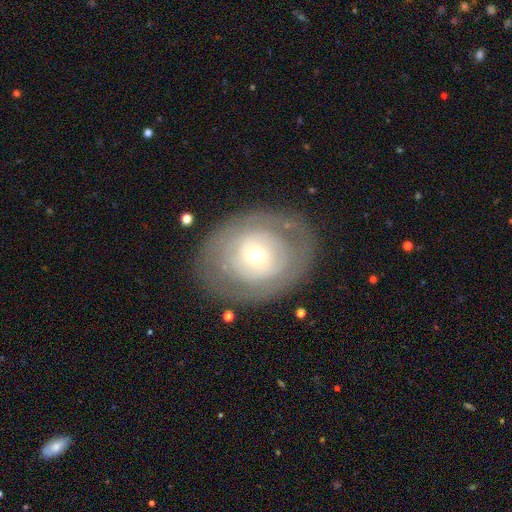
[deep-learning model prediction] Smooth or featured?
  - featured or disk: 59% *
  - smooth: 34%
  - star or artifact: 8%
Edge-on disk?
  - no: 95% *
  - yes: 5%
Bar?
  - no: 80% *
  - weak: 15%
  - strong: 5%
Spiral arms?
  - no: 60% *
  - yes: 40%
Bulge size?
  - small: 59% *
  - moderate: 35%
  - large: 4%
  - dominant: 1%
  - none: 1%
Merging?
  - none: 79% *
  - minor disturbance: 13%
  - major disturbance: 7%
  - merger: 1%